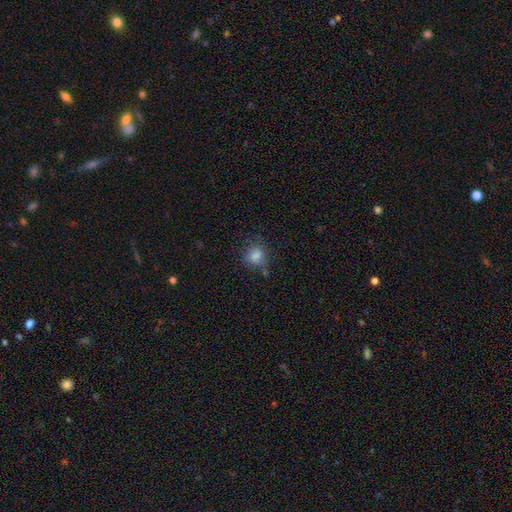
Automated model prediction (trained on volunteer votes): Smooth or featured: smooth — 81% (star or artifact — 11%)
How rounded: round — 75% (in between — 24%)
Merging: none — 64% (minor disturbance — 22%)